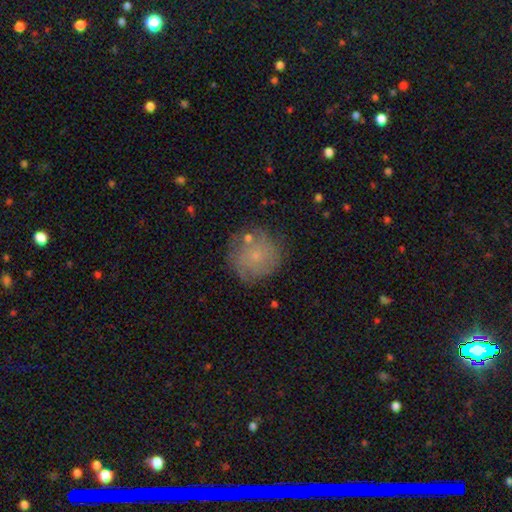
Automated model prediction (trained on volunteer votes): Smooth or featured? smooth (53%)
How rounded? round (91%)
Merging? none (71%)